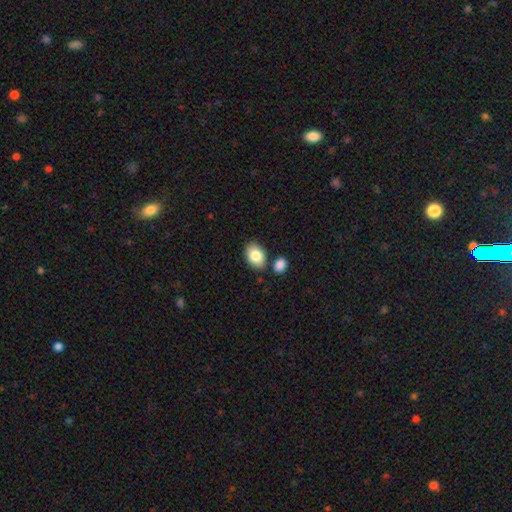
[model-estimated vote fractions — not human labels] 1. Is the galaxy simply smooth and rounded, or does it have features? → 85% smooth, 9% featured or disk, 7% star or artifact.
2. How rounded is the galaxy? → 86% in between, 13% round, 1% cigar-shaped.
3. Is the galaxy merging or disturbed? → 76% none, 11% minor disturbance, 10% merger, 3% major disturbance.